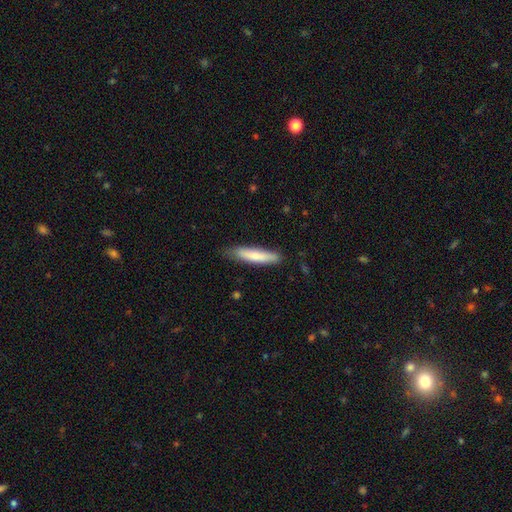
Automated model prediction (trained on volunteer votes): This is likely a smooth galaxy (74%). How rounded: clearly cigar-shaped (85%). Merging: likely none (80%).